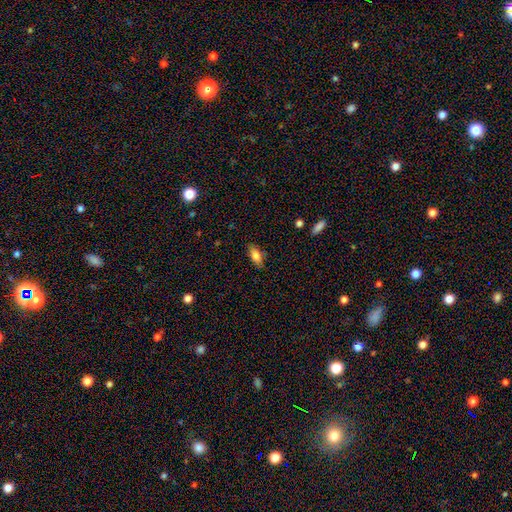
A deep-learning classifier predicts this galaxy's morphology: Smooth or featured: smooth — 79% (featured or disk — 12%)
How rounded: in between — 85% (cigar-shaped — 11%)
Merging: none — 82% (minor disturbance — 14%)